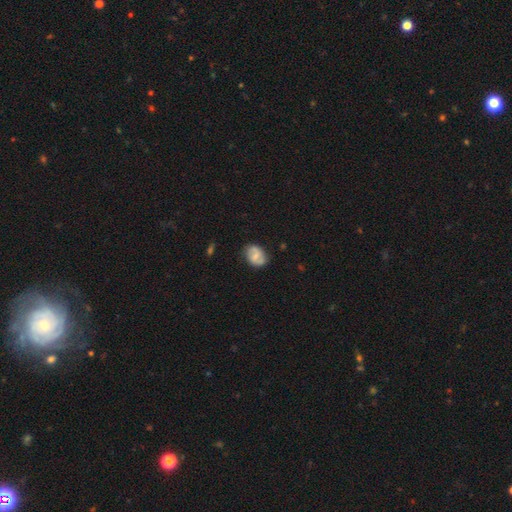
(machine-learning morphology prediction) The model was most divided on "smooth or featured": featured or disk: 47%, smooth: 46%, star or artifact: 7%. More confident: merging — none (76%).